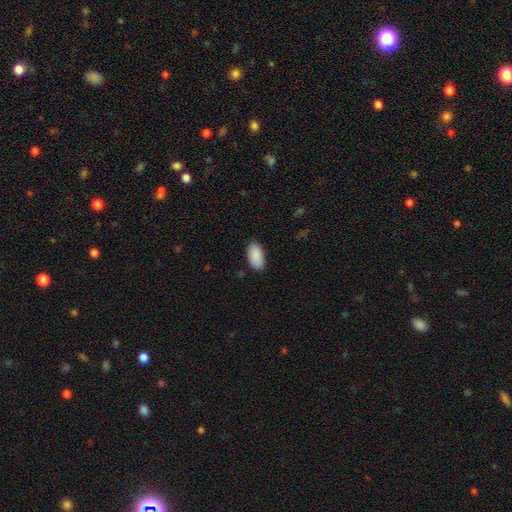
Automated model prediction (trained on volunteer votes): Smooth or featured? smooth (91%)
How rounded? in between (95%)
Merging? none (88%)